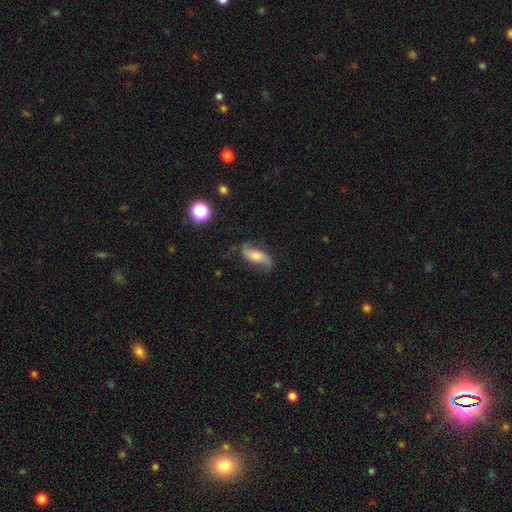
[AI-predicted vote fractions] smooth_or_featured: featured or disk (p=0.64) [alt: smooth p=0.27]
disk_edge_on: no (p=0.89) [alt: yes p=0.11]
bar: no (p=0.52) [alt: weak p=0.32]
has_spiral_arms: yes (p=0.91) [alt: no p=0.09]
spiral_winding: loose (p=0.65) [alt: medium p=0.26]
spiral_arm_count: 2 (p=0.88) [alt: can't tell p=0.05]
bulge_size: moderate (p=0.44) [alt: small p=0.29]
merging: none (p=0.67) [alt: minor disturbance p=0.21]